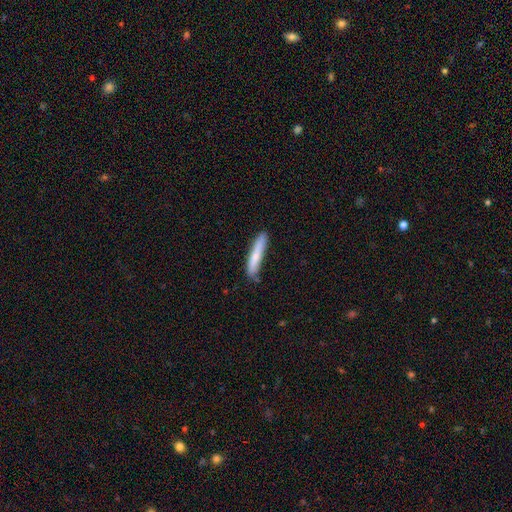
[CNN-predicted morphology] Q: Smooth or featured?
A: smooth (75%); runner-up: featured or disk (19%)
Q: How rounded?
A: cigar-shaped (92%); runner-up: in between (7%)
Q: Merging?
A: none (78%); runner-up: minor disturbance (17%)